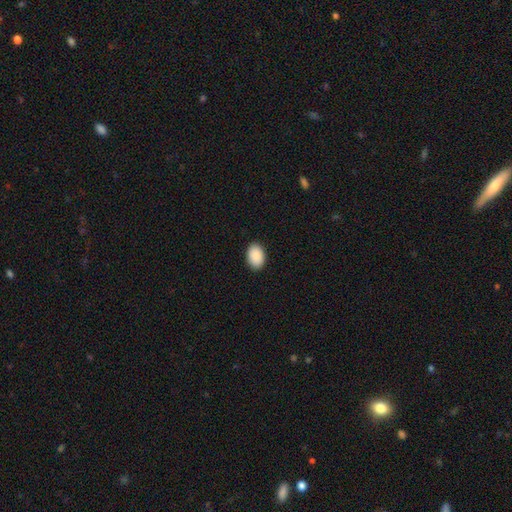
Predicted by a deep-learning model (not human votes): Overall: smooth (91%). How rounded: in between (88%). Merging: none (90%).